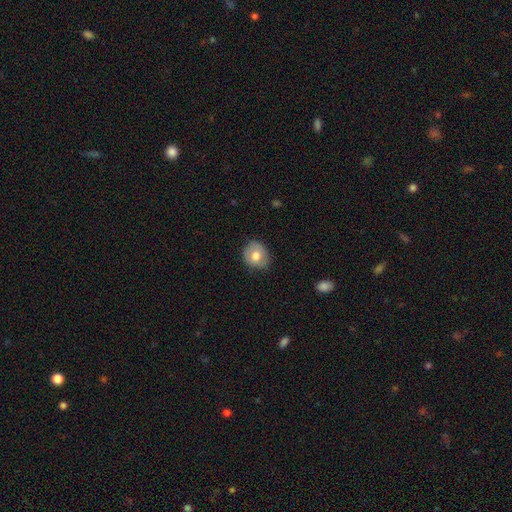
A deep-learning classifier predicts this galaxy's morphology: Smooth or featured?
  - smooth: 73% *
  - featured or disk: 19%
  - star or artifact: 8%
How rounded?
  - round: 75% *
  - in between: 24%
  - cigar-shaped: 1%
Merging?
  - none: 79% *
  - minor disturbance: 17%
  - major disturbance: 3%
  - merger: 1%